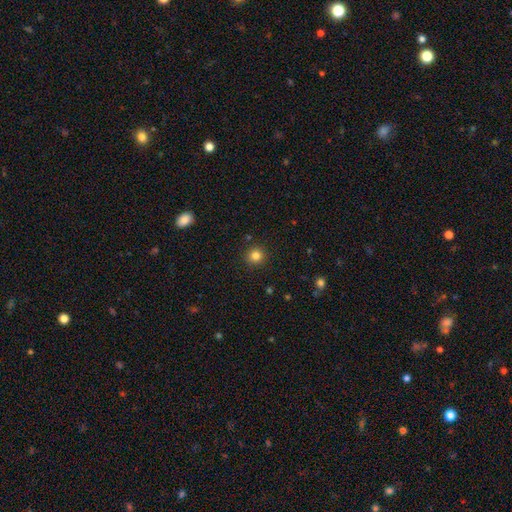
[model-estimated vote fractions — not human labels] Smooth or featured? smooth (82%)
How rounded? round (93%)
Merging? none (91%)